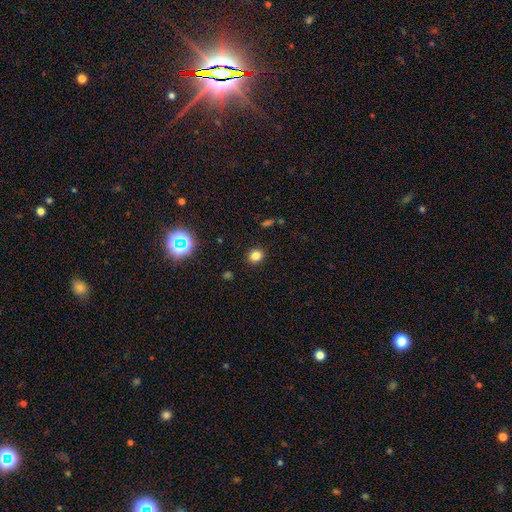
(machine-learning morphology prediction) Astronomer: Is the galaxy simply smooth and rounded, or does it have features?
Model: smooth — 80%.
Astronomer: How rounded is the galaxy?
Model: round — 80%.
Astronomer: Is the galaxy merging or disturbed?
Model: none — 90%.